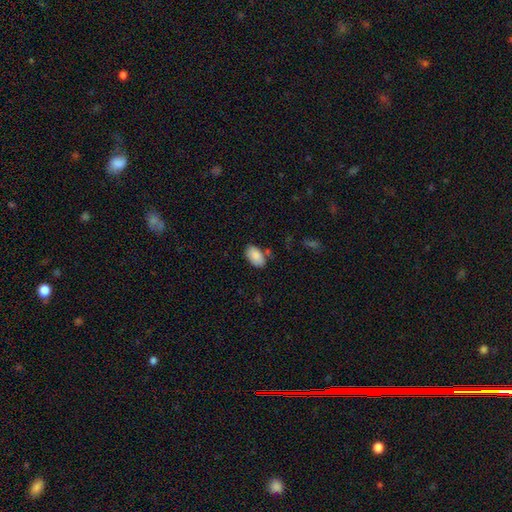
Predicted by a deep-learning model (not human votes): smooth_or_featured: smooth (p=0.88) [alt: star or artifact p=0.07]
how_rounded: in between (p=0.94) [alt: round p=0.05]
merging: none (p=0.73) [alt: minor disturbance p=0.17]